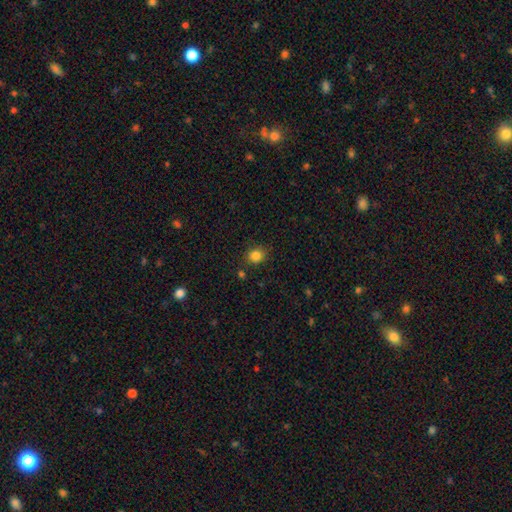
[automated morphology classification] Overall: smooth (84%). How rounded: round (76%). Merging: none (82%).